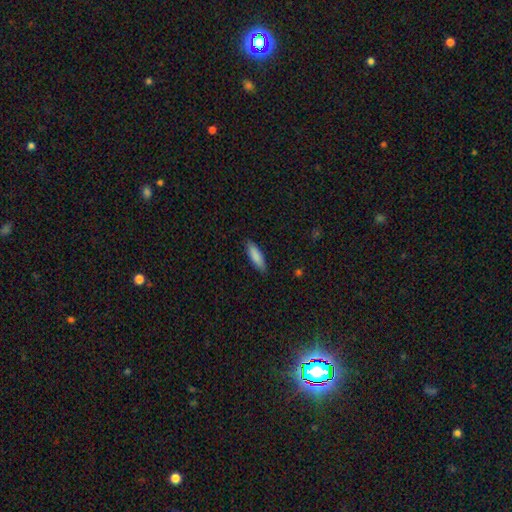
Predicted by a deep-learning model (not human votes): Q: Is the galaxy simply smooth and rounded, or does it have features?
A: smooth — 86%.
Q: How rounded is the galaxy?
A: cigar-shaped — 54%.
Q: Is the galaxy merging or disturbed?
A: none — 86%.